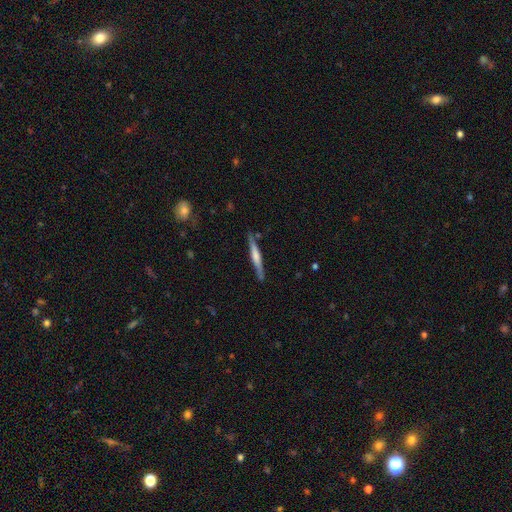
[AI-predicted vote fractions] Smooth or featured: featured or disk — 54% (smooth — 40%)
Edge-on disk: yes — 96% (no — 4%)
Edge-on bulge: rounded — 40% (none — 31%)
Merging: none — 83% (minor disturbance — 12%)